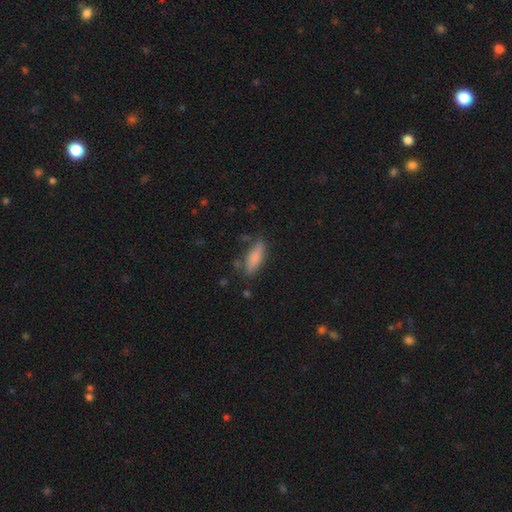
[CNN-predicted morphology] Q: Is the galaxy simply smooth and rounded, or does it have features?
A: smooth — 79%.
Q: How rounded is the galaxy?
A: in between — 50%.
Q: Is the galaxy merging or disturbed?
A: none — 73%.